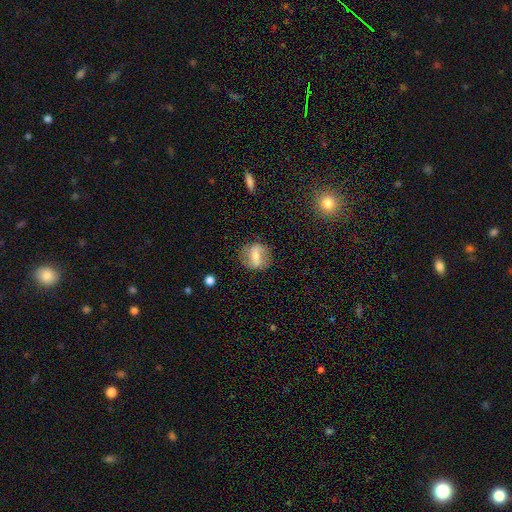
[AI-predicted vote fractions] smooth-or-featured: featured or disk: 50% | smooth: 41% | star or artifact: 8%
  disk-edge-on: no: 90% | yes: 10%
  merging: none: 76% | minor disturbance: 16% | major disturbance: 7% | merger: 2%